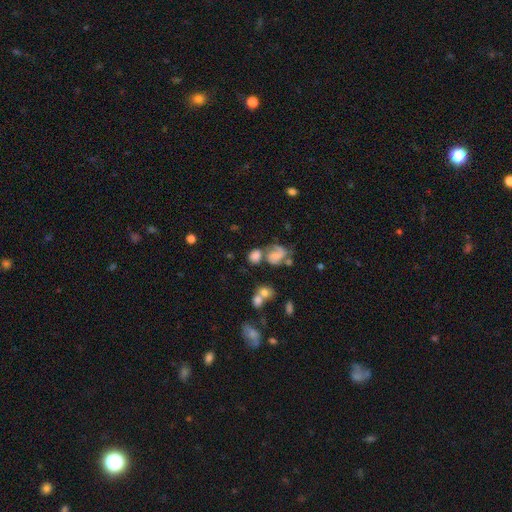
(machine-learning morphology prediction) A smooth galaxy with no disk features (54%) that is round (62%). Merging: none (44%).